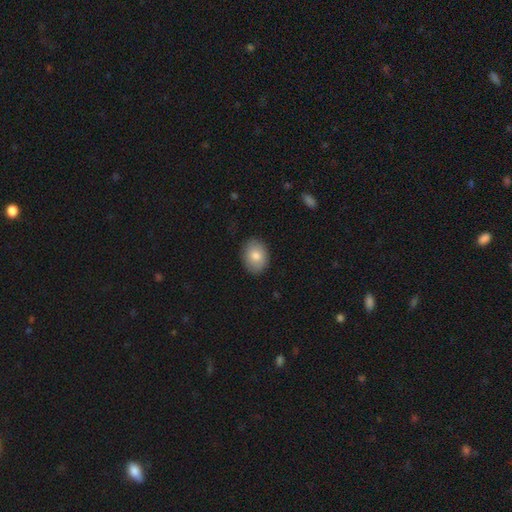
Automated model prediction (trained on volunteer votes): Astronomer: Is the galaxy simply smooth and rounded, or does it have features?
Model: smooth — 81%.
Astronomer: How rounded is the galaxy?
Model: in between — 68%.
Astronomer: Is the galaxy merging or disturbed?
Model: none — 87%.